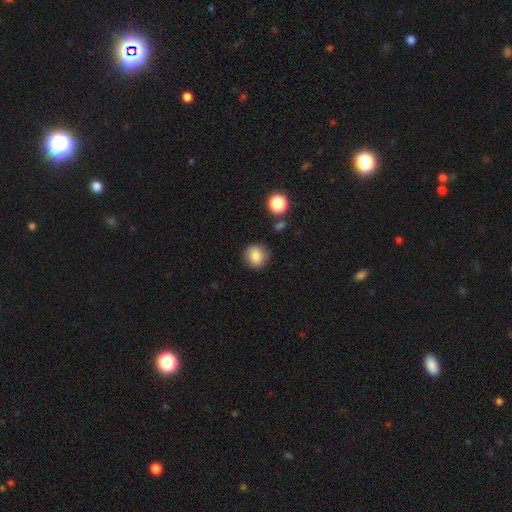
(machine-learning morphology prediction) Q: Smooth or featured?
A: smooth (85%); runner-up: star or artifact (10%)
Q: How rounded?
A: round (87%); runner-up: in between (12%)
Q: Merging?
A: none (86%); runner-up: minor disturbance (9%)